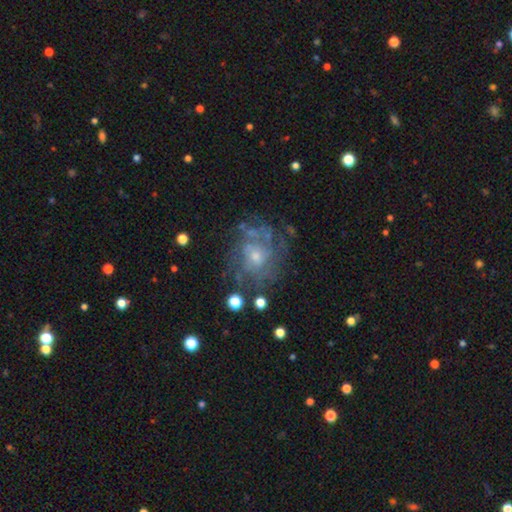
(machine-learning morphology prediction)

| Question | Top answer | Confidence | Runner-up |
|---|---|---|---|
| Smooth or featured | featured or disk | 71% | smooth (18%) |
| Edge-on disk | no | 98% | yes (2%) |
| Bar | no | 81% | weak (17%) |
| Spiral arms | yes | 67% | no (33%) |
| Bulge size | small | 51% | moderate (41%) |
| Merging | none | 64% | minor disturbance (18%) |